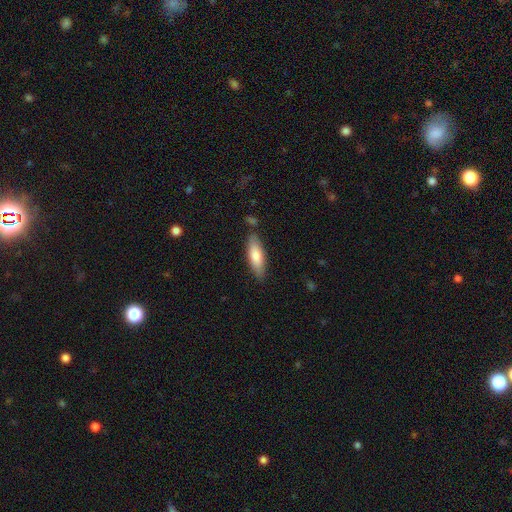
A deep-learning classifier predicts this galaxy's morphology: A smooth galaxy with no disk features (75%) that is in between round and cigar-shaped (50%).

Vote fractions:
- Smooth or featured? smooth: 75% / featured or disk: 20% / star or artifact: 5%
- How rounded? in between: 50% / cigar-shaped: 48% / round: 2%
- Merging? none: 81% / minor disturbance: 13% / merger: 4% / major disturbance: 2%